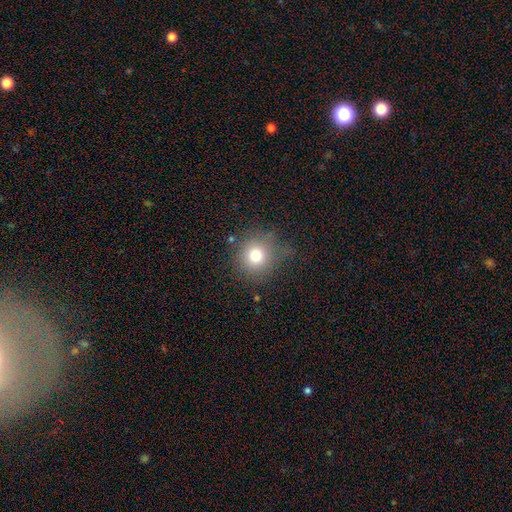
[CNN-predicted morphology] A smooth galaxy with no disk features (77%) that is round (90%).

Vote fractions:
- Smooth or featured? smooth: 77% / star or artifact: 13% / featured or disk: 10%
- How rounded? round: 90% / in between: 9% / cigar-shaped: 1%
- Merging? none: 74% / minor disturbance: 17% / major disturbance: 7% / merger: 3%